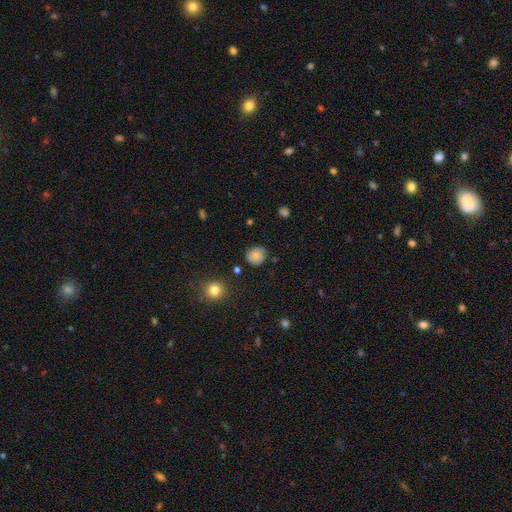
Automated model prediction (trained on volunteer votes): This appears to be a smooth galaxy with no disk features (79%) that is round (86%). Merging: none (79%).